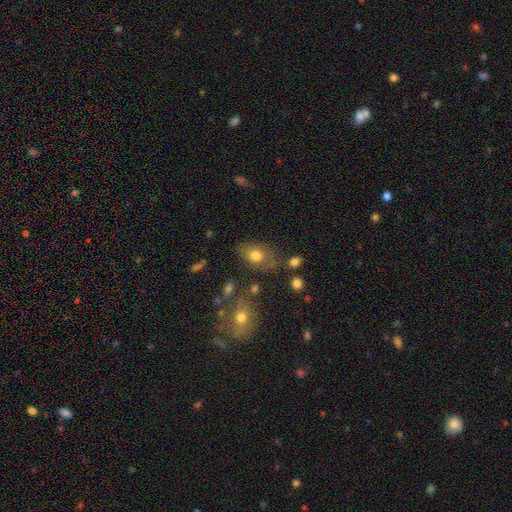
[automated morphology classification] The model was most divided on "merging": none: 68%, minor disturbance: 20%, major disturbance: 7%, merger: 5%. More confident: how rounded — in between (76%); smooth or featured — smooth (71%).